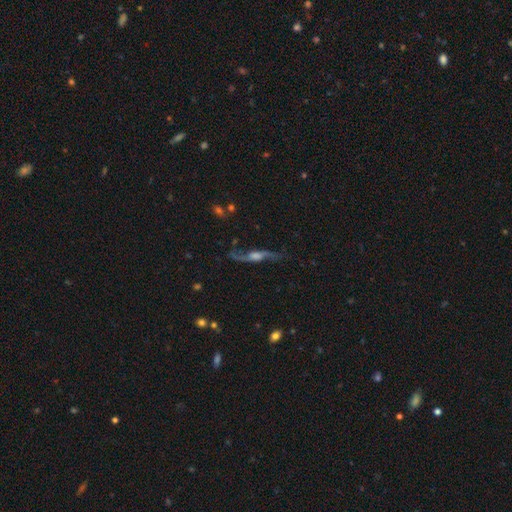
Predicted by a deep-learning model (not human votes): Smooth or featured? Predicted: featured or disk (p=0.82). Edge-on disk? Predicted: no (p=0.55). Merging? Predicted: none (p=0.71).